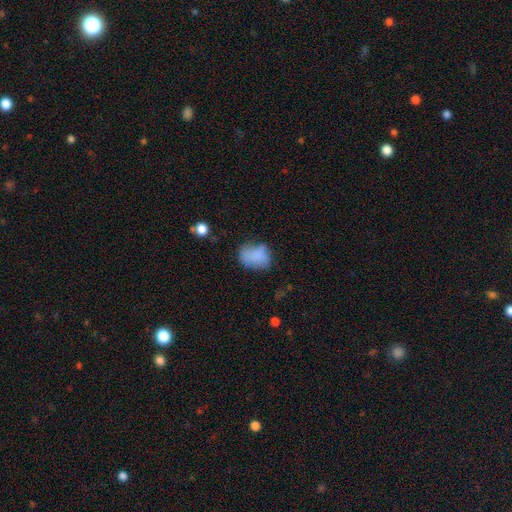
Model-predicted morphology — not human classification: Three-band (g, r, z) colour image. It shows a smooth galaxy with no disk features (78%) that is in between round and cigar-shaped (73%). Merging: none (46%).